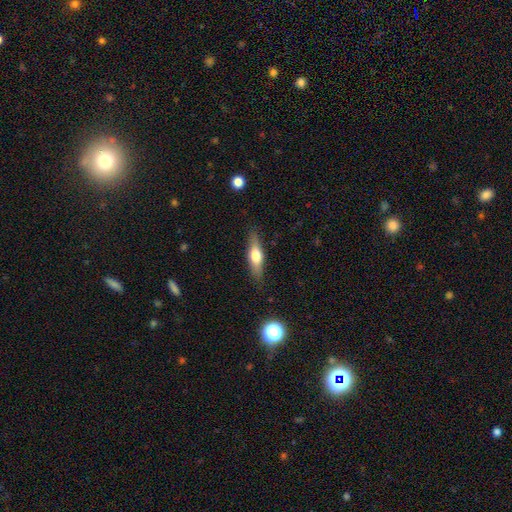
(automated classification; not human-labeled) The model was most divided on "smooth or featured": smooth: 51%, featured or disk: 42%, star or artifact: 7%. More confident: merging — none (85%); how rounded — cigar-shaped (61%).